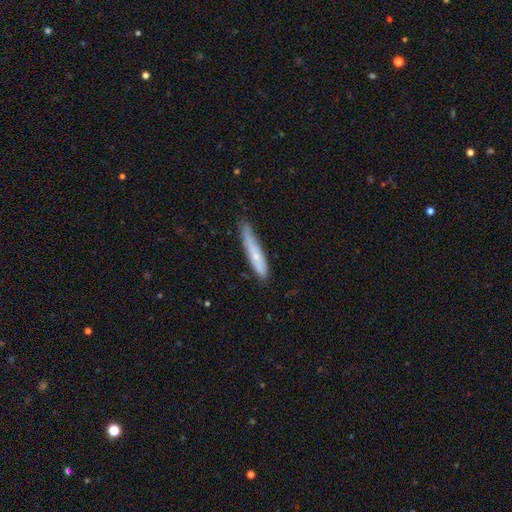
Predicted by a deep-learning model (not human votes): Smooth or featured?
  - smooth: 60% *
  - featured or disk: 34%
  - star or artifact: 6%
How rounded?
  - cigar-shaped: 91% *
  - in between: 8%
  - round: 1%
Merging?
  - none: 66% *
  - minor disturbance: 27%
  - major disturbance: 5%
  - merger: 2%